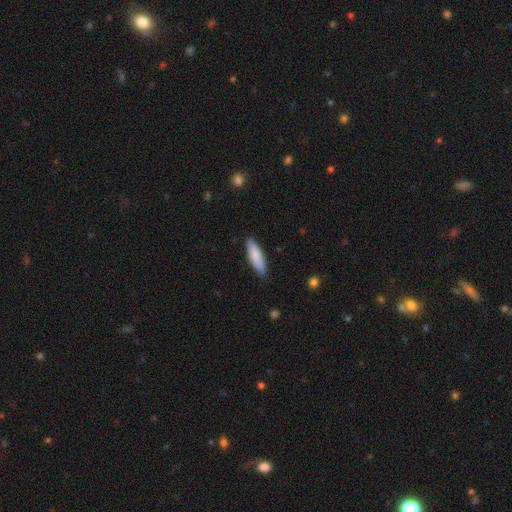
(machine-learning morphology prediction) smooth 83%, featured or disk 11%, star or artifact 5%. Down the decision tree: how rounded — cigar-shaped (55%); merging — none (87%).